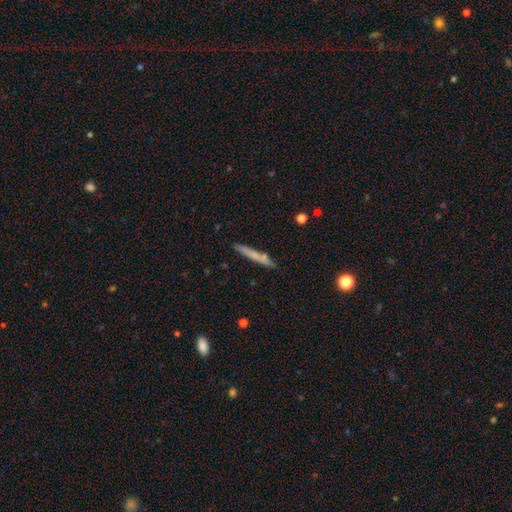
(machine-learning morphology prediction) This appears to be a smooth galaxy with no disk features (64%) that is cigar-shaped (96%). Merging: none (85%).